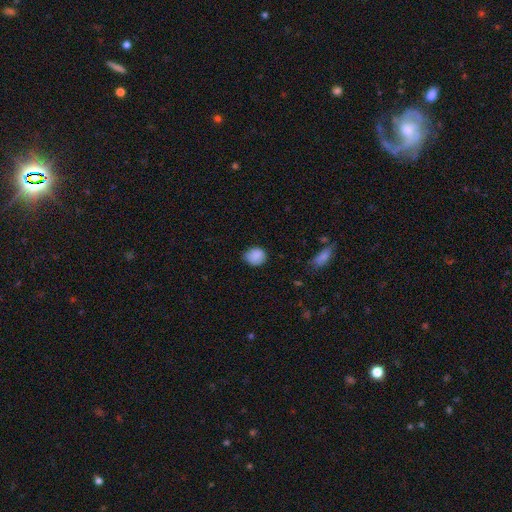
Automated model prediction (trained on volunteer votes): smooth 87%, star or artifact 8%, featured or disk 5%. Down the decision tree: how rounded — round (74%); merging — none (74%).